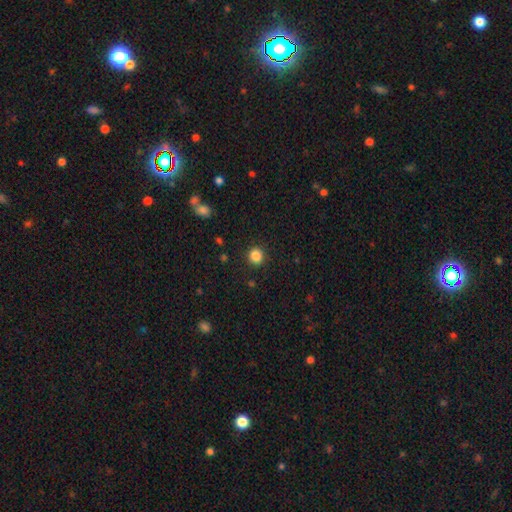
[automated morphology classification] smooth_or_featured: smooth (p=0.85) [alt: star or artifact p=0.11]
how_rounded: round (p=0.89) [alt: in between p=0.10]
merging: none (p=0.91) [alt: minor disturbance p=0.06]